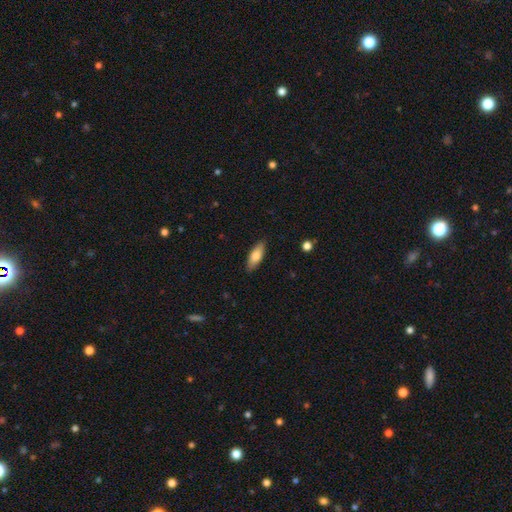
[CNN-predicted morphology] Smooth or featured? Predicted: smooth (p=0.78). How rounded? Predicted: in between (p=0.69). Merging? Predicted: none (p=0.88).